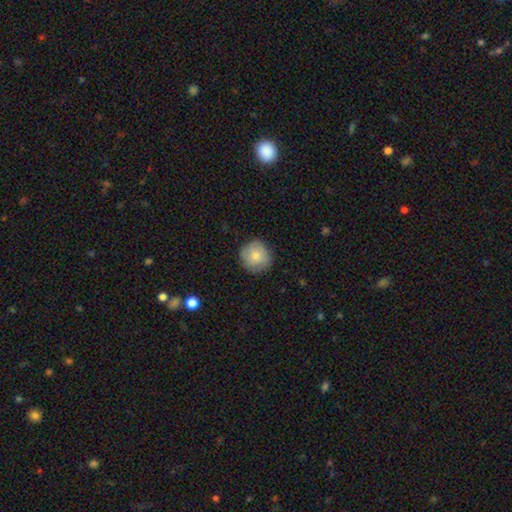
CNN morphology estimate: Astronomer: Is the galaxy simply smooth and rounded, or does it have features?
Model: smooth — 78%.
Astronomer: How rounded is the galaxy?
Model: round — 93%.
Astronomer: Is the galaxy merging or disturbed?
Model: none — 85%.